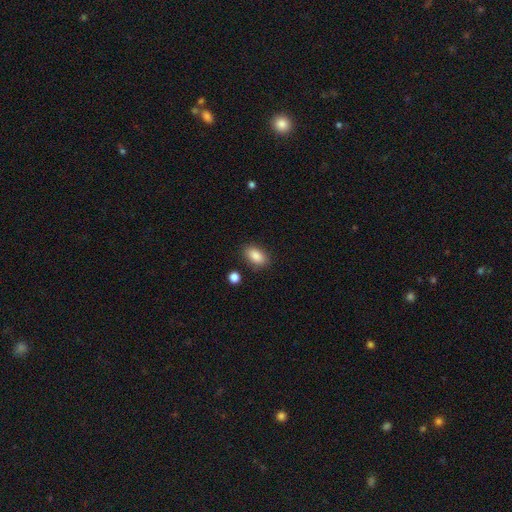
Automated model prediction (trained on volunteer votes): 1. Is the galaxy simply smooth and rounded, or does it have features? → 87% smooth, 7% star or artifact, 5% featured or disk.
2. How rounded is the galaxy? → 90% in between, 7% round, 3% cigar-shaped.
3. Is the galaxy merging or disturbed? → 84% none, 11% minor disturbance, 3% major disturbance, 3% merger.